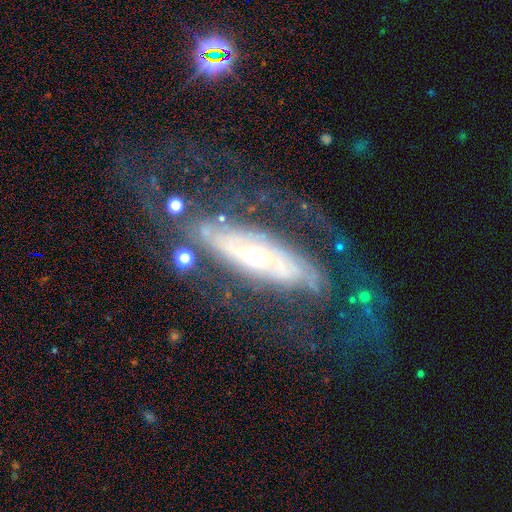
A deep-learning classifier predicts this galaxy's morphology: A featured or disk galaxy (83%) with no bar (51%), 2 (53%) tight (41%) spiral arms (85%) and a moderate central bulge (57%).

Vote fractions:
- Smooth or featured? featured or disk: 83% / smooth: 11% / star or artifact: 6%
- Edge-on disk? no: 84% / yes: 16%
- Bar? no: 51% / weak: 25% / strong: 24%
- Spiral arms? yes: 85% / no: 15%
- Spiral winding? tight: 41% / medium: 39% / loose: 20%
- Spiral arm count? 2: 53% / can't tell: 29% / 3: 7% / 1: 5% / 4: 3% / more than 4: 3%
- Bulge size? moderate: 57% / small: 29% / large: 11% / dominant: 2% / none: 1%
- Merging? none: 58% / major disturbance: 23% / minor disturbance: 16% / merger: 4%